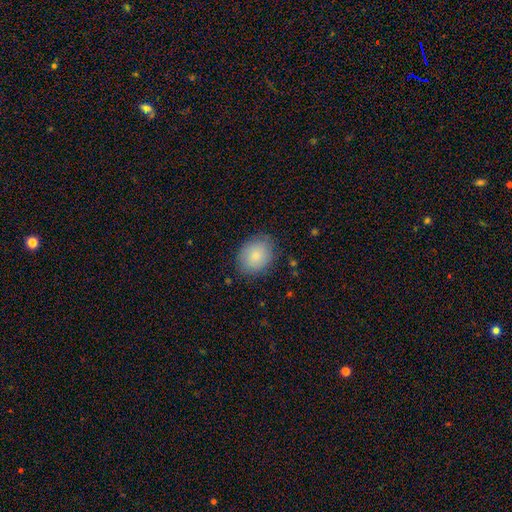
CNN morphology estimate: A smooth galaxy with no disk features (84%) that is round (55%). Merging: none (81%).